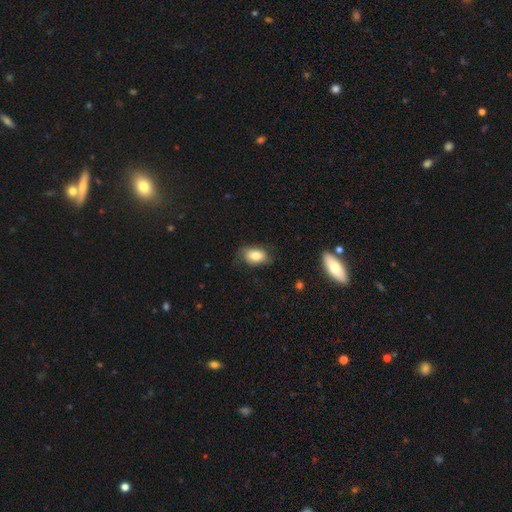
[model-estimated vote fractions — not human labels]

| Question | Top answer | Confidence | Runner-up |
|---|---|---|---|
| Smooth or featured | smooth | 76% | featured or disk (16%) |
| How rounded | in between | 87% | round (12%) |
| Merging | none | 60% | minor disturbance (28%) |